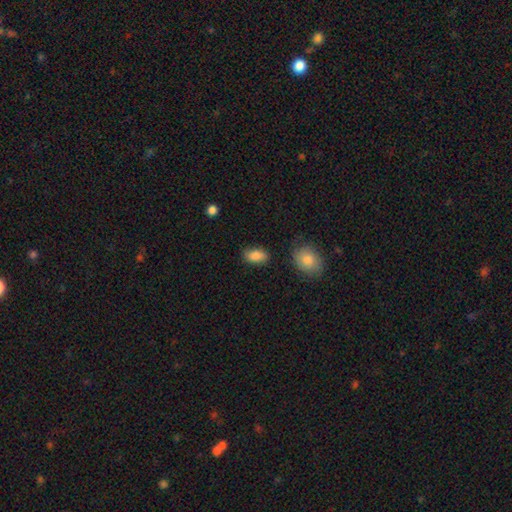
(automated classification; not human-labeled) Smooth or featured: smooth — 87% (star or artifact — 7%)
How rounded: in between — 92% (round — 6%)
Merging: none — 83% (minor disturbance — 12%)